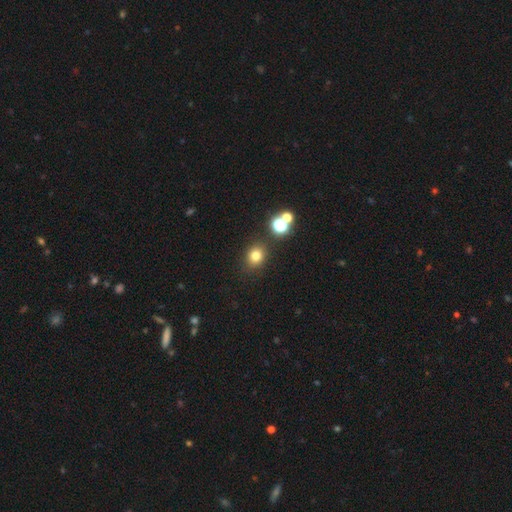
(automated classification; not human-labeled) Q: Smooth or featured?
A: smooth (76%); runner-up: star or artifact (17%)
Q: How rounded?
A: round (68%); runner-up: in between (31%)
Q: Merging?
A: none (84%); runner-up: minor disturbance (9%)